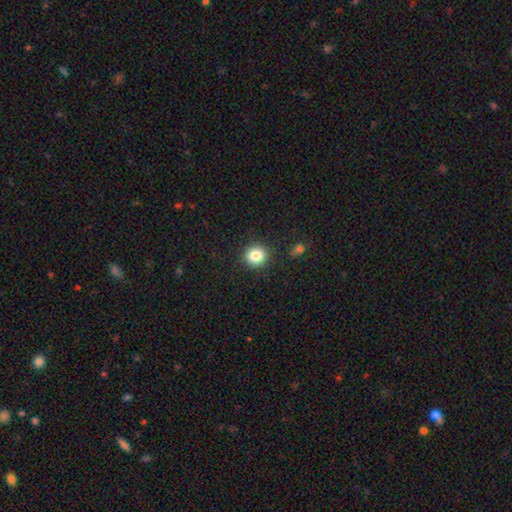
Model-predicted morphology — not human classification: Smooth or featured: smooth — 84% (star or artifact — 10%)
How rounded: round — 91% (in between — 8%)
Merging: none — 90% (minor disturbance — 7%)